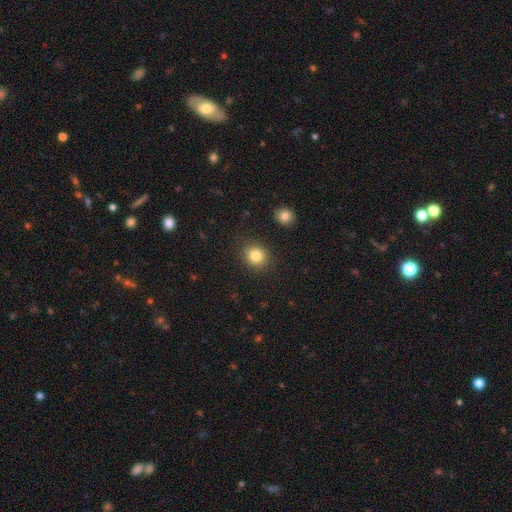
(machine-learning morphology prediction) The model was most divided on "how rounded": round: 81%, in between: 18%, cigar-shaped: 1%. More confident: merging — none (87%); smooth or featured — smooth (83%).